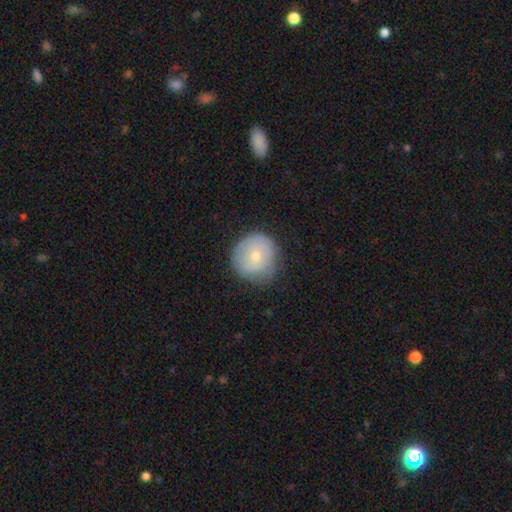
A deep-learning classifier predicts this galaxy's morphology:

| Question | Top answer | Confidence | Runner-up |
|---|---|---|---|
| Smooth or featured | smooth | 59% | featured or disk (33%) |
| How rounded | round | 90% | in between (9%) |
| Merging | none | 69% | minor disturbance (23%) |